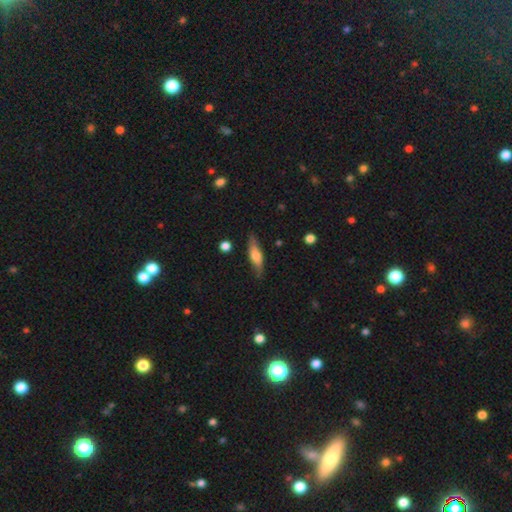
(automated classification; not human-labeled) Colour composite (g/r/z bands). It shows a smooth galaxy with no disk features (51%) that is cigar-shaped (61%). Merging: none (80%).